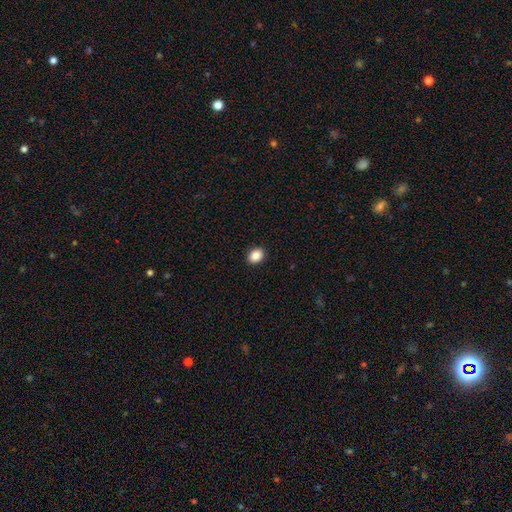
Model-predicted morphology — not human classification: Smooth or featured? Predicted: smooth (p=0.89). How rounded? Predicted: in between (p=0.53). Merging? Predicted: none (p=0.92).